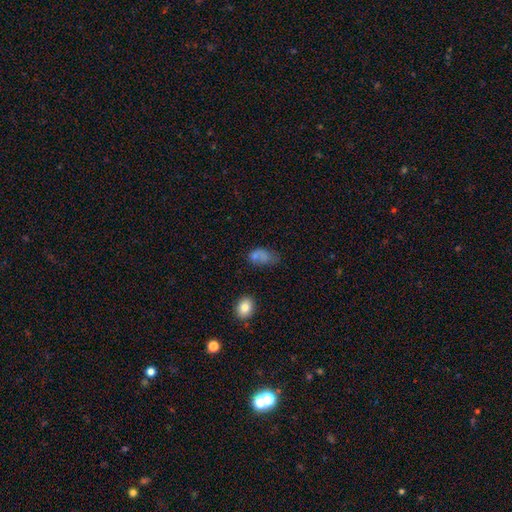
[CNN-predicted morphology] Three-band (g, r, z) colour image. It shows a smooth galaxy with no disk features (66%) that is in between round and cigar-shaped (82%). Merging: none (41%).